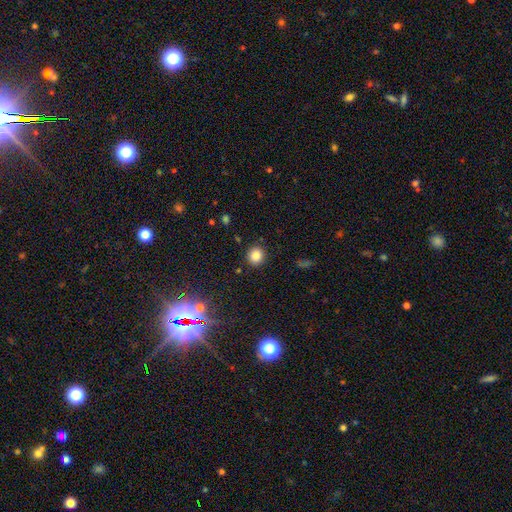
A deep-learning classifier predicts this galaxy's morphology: The model was most divided on "smooth or featured": smooth: 83%, star or artifact: 12%, featured or disk: 5%. More confident: merging — none (90%); how rounded — round (88%).